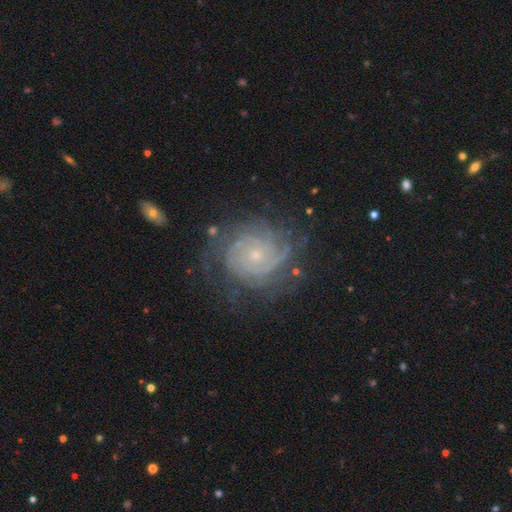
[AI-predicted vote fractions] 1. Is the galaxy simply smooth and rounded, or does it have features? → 84% featured or disk, 8% star or artifact, 8% smooth.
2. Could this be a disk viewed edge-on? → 97% no, 3% yes.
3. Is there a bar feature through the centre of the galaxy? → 79% no, 17% weak, 4% strong.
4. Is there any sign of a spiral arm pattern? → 97% yes, 3% no.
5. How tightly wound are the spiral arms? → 79% tight, 18% medium, 4% loose.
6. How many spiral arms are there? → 28% can't tell, 21% 2, 18% 3, 17% 4, 10% more than 4, 6% 1.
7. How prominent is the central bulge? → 77% small, 18% moderate, 3% none, 1% large, 1% dominant.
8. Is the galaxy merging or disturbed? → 73% none, 16% minor disturbance, 8% major disturbance, 2% merger.